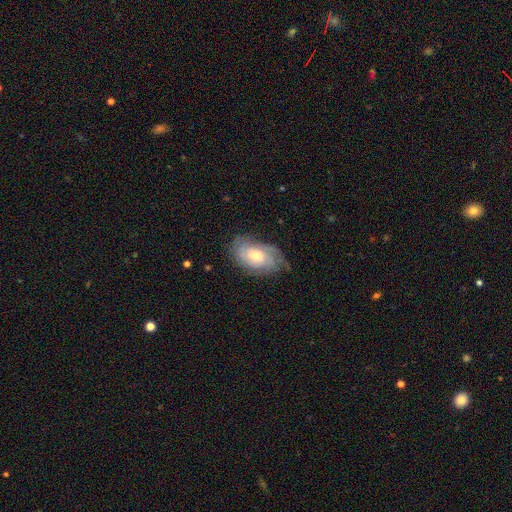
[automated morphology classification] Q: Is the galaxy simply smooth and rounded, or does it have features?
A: featured or disk — 66%.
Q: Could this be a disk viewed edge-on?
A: no — 94%.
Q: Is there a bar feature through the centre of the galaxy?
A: no — 69%.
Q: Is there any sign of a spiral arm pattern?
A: yes — 87%.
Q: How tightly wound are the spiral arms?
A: tight — 59%.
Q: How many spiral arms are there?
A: can't tell — 47%.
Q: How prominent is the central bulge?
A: moderate — 68%.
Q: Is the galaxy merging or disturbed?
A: none — 66%.